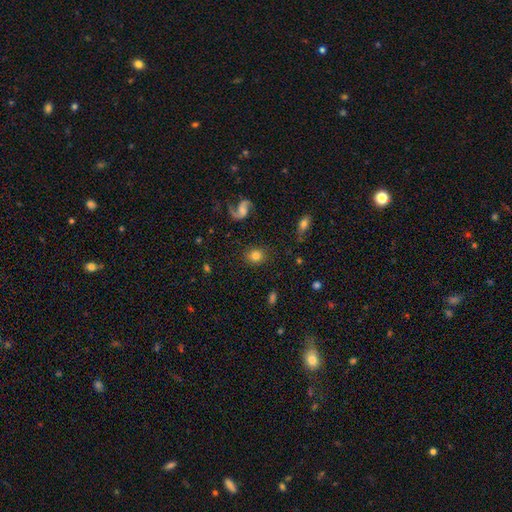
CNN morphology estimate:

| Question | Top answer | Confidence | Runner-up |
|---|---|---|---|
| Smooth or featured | smooth | 76% | featured or disk (15%) |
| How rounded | round | 66% | in between (33%) |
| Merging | none | 84% | minor disturbance (10%) |